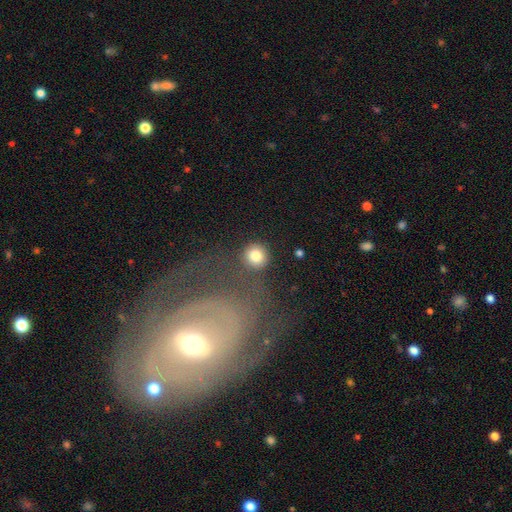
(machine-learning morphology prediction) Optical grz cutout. It shows a smooth galaxy with no disk features (82%) that is round (94%). Merging: none (85%).